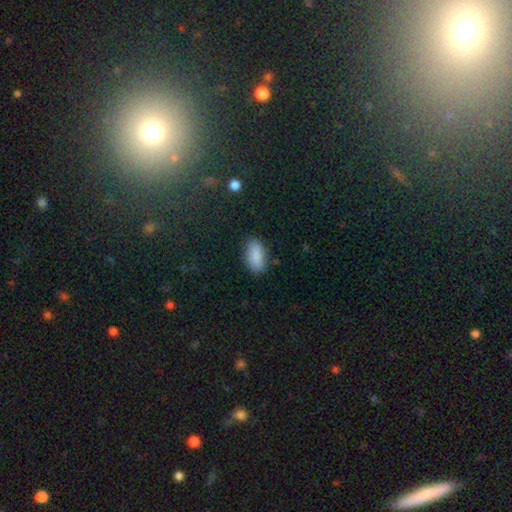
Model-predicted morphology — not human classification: Smooth or featured? smooth (88%)
How rounded? in between (93%)
Merging? none (81%)